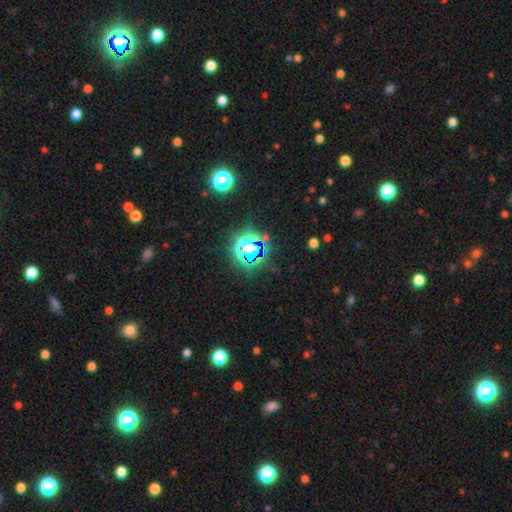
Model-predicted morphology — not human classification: star or artifact 74%, smooth 18%, featured or disk 8%.